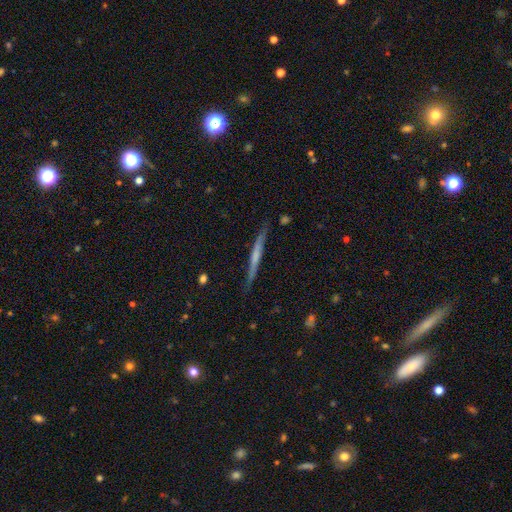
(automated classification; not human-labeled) Q: Smooth or featured?
A: featured or disk (53%); runner-up: smooth (41%)
Q: Edge-on disk?
A: yes (96%); runner-up: no (4%)
Q: Edge-on bulge?
A: none (65%); runner-up: rounded (23%)
Q: Merging?
A: none (85%); runner-up: minor disturbance (12%)